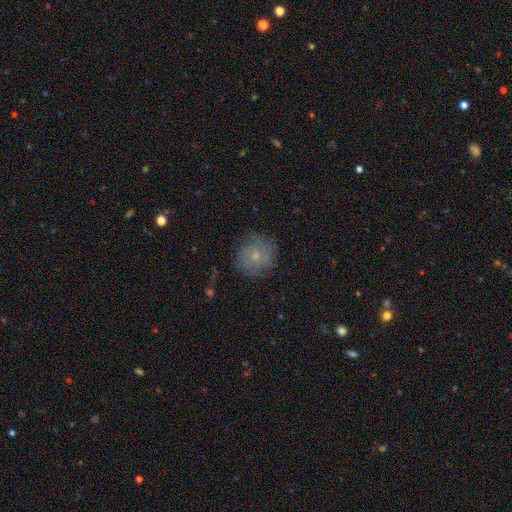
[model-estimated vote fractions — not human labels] Smooth or featured: smooth — 63% (featured or disk — 27%)
How rounded: round — 90% (in between — 9%)
Merging: none — 75% (minor disturbance — 18%)